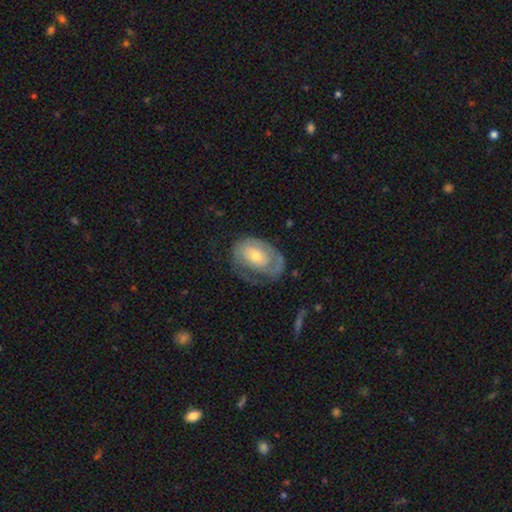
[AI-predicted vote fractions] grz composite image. It shows a featured or disk galaxy (66%) with no bar (72%), spiral arms (73%) and a moderate central bulge (51%). Merging: none (51%).